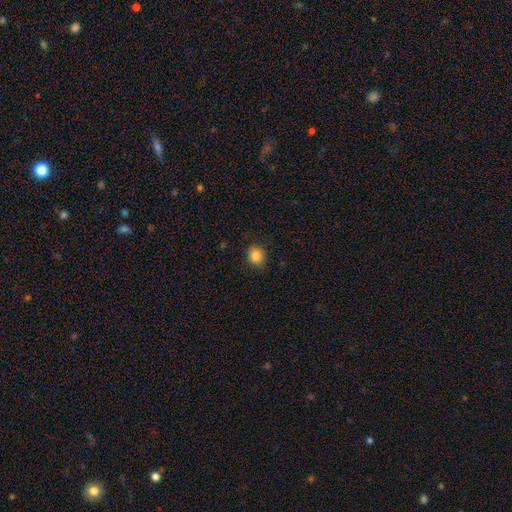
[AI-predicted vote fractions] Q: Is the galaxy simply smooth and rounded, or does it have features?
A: smooth — 85%.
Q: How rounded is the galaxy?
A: round — 77%.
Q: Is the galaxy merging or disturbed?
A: none — 84%.